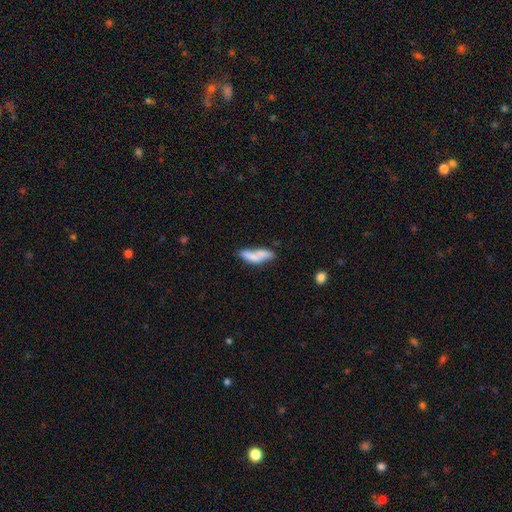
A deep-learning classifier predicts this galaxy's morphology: A smooth galaxy with no disk features (63%) that is cigar-shaped (50%).

Vote fractions:
- Smooth or featured? smooth: 63% / featured or disk: 29% / star or artifact: 8%
- How rounded? cigar-shaped: 50% / in between: 47% / round: 3%
- Merging? merger: 36% / none: 35% / minor disturbance: 19% / major disturbance: 10%